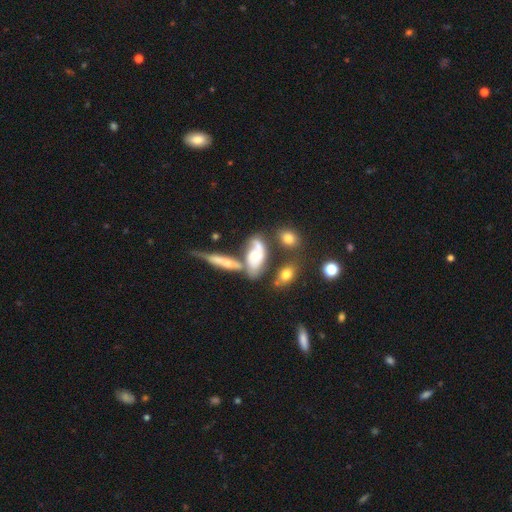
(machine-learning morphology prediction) Smooth or featured? Predicted: featured or disk (p=0.54). Edge-on disk? Predicted: no (p=0.84). Merging? Predicted: merger (p=0.40).